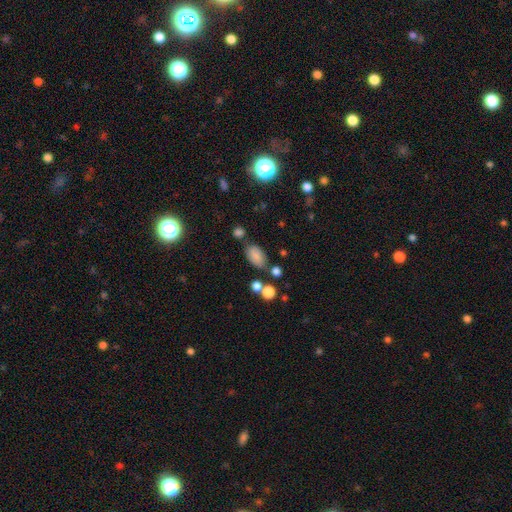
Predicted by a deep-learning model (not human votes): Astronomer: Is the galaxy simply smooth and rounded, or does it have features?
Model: smooth — 83%.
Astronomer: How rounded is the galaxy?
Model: in between — 92%.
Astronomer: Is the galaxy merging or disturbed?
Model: none — 68%.